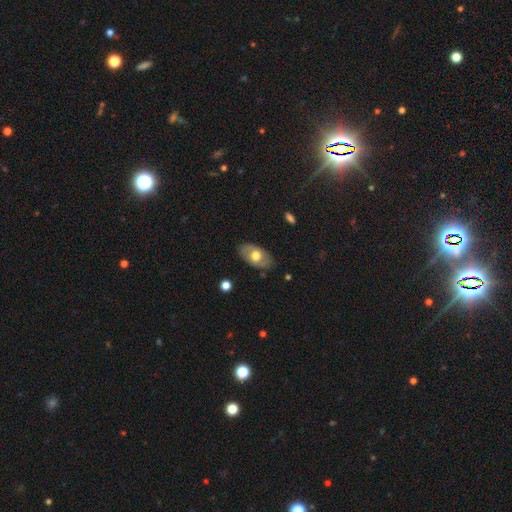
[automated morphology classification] A smooth galaxy with no disk features (58%) that is in between round and cigar-shaped (91%).

Vote fractions:
- Smooth or featured? smooth: 58% / featured or disk: 36% / star or artifact: 6%
- How rounded? in between: 91% / round: 8% / cigar-shaped: 2%
- Merging? none: 82% / minor disturbance: 14% / major disturbance: 3% / merger: 1%